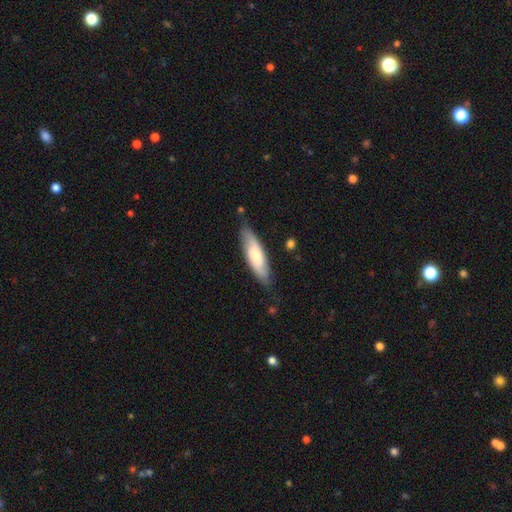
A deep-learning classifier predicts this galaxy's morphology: Q: Smooth or featured?
A: smooth (62%); runner-up: featured or disk (33%)
Q: How rounded?
A: cigar-shaped (54%); runner-up: in between (45%)
Q: Merging?
A: none (79%); runner-up: minor disturbance (17%)